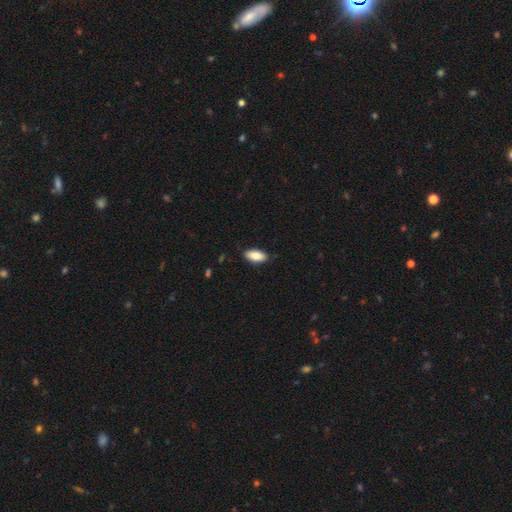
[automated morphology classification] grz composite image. It shows a smooth galaxy with no disk features (85%) that is in between round and cigar-shaped (91%). Merging: none (87%).